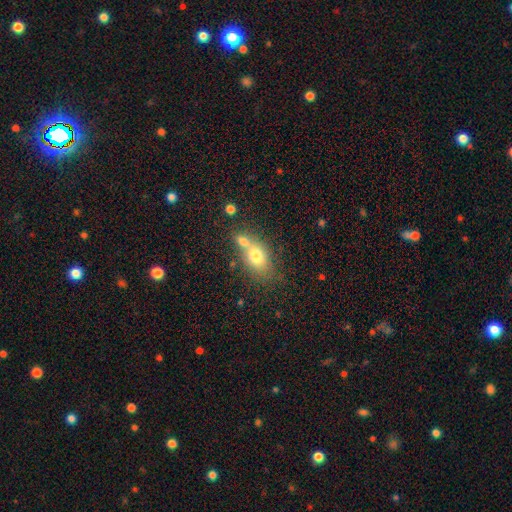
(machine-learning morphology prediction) Smooth or featured? Predicted: smooth (p=0.72). How rounded? Predicted: in between (p=0.73). Merging? Predicted: merger (p=0.48).